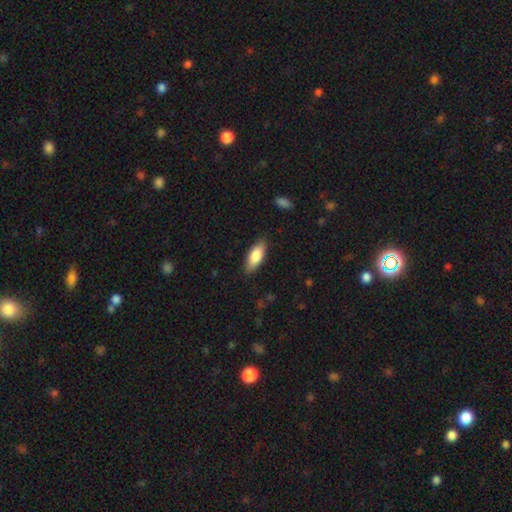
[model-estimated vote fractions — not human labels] Morphology: type=smooth (83%); roundness=in between (77%); merging=none (85%).